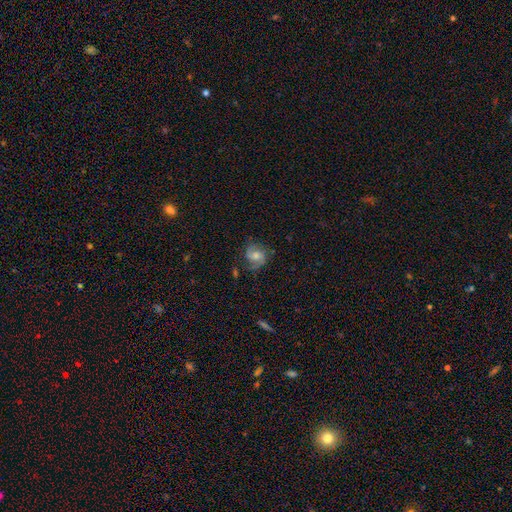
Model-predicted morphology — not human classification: Smooth or featured?
  - featured or disk: 74% *
  - smooth: 17%
  - star or artifact: 9%
Edge-on disk?
  - no: 98% *
  - yes: 2%
Bar?
  - no: 56% *
  - weak: 36%
  - strong: 8%
Spiral arms?
  - yes: 94% *
  - no: 6%
Spiral winding?
  - medium: 50% *
  - tight: 28%
  - loose: 22%
Spiral arm count?
  - 2: 83% *
  - can't tell: 6%
  - 1: 6%
  - 3: 2%
  - 4: 1%
  - more than 4: 1%
Bulge size?
  - moderate: 59% *
  - small: 29%
  - large: 7%
  - none: 4%
  - dominant: 1%
Merging?
  - none: 71% *
  - minor disturbance: 18%
  - major disturbance: 9%
  - merger: 2%